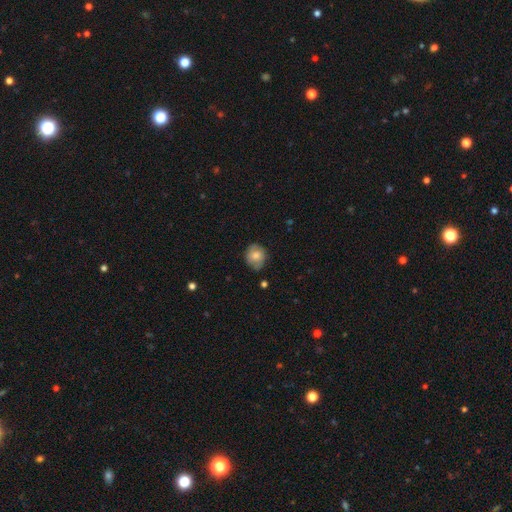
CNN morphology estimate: The model was most divided on "how rounded": round: 66%, in between: 33%, cigar-shaped: 1%. More confident: smooth or featured — smooth (72%); merging — none (72%).